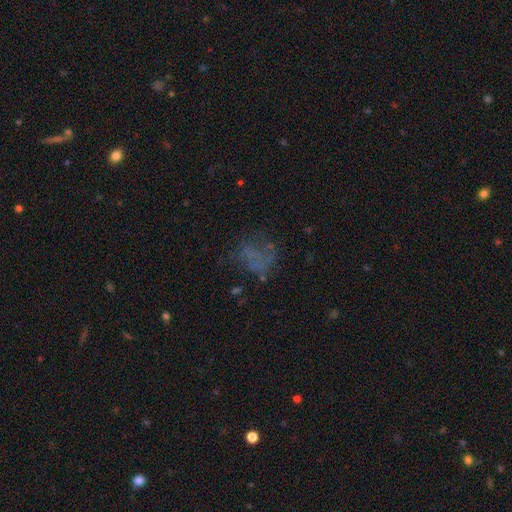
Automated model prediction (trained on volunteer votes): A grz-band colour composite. It shows a smooth galaxy with no disk features (37%). Merging: none (50%).